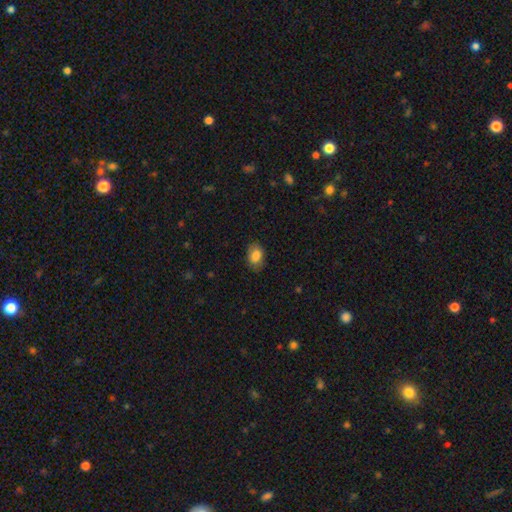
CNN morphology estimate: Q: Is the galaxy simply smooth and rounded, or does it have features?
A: smooth — 84%.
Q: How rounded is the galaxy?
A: in between — 87%.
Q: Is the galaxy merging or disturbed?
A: none — 79%.